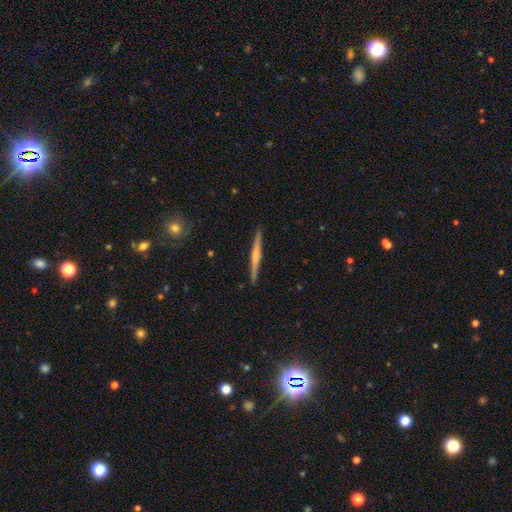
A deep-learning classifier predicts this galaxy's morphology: Smooth or featured?
  - featured or disk: 65% *
  - smooth: 29%
  - star or artifact: 5%
Edge-on disk?
  - yes: 98% *
  - no: 2%
Edge-on bulge?
  - rounded: 62% *
  - none: 26%
  - boxy: 12%
Merging?
  - none: 91% *
  - minor disturbance: 6%
  - major disturbance: 1%
  - merger: 1%